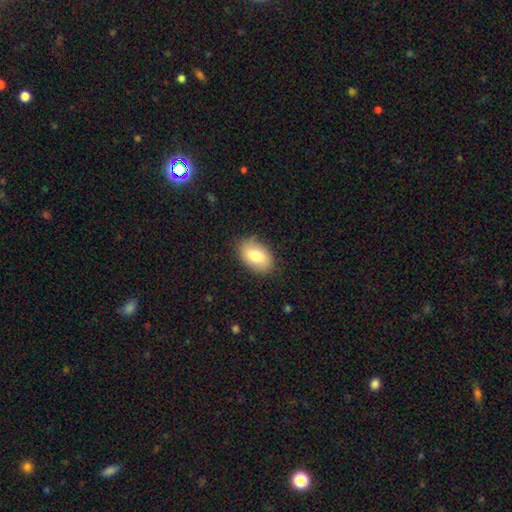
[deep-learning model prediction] smooth 78%, featured or disk 15%, star or artifact 7%. Down the decision tree: how rounded — in between (89%); merging — none (84%).